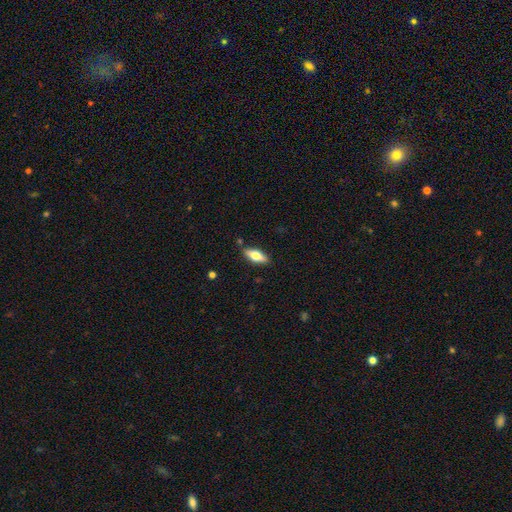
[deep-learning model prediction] The model was most divided on "smooth or featured": smooth: 57%, featured or disk: 36%, star or artifact: 6%. More confident: merging — none (85%); how rounded — in between (70%).